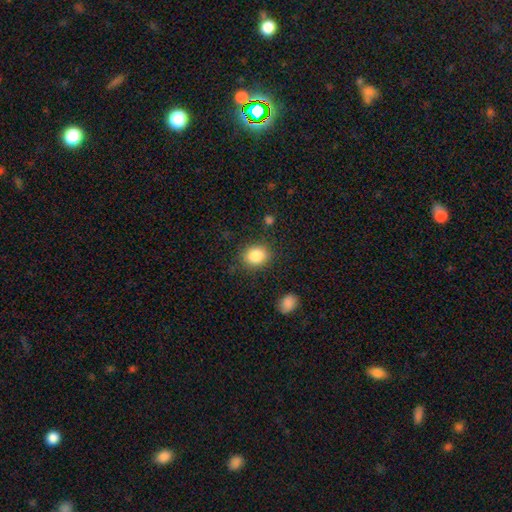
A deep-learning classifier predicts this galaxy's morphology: A smooth galaxy with no disk features (86%) that is in between round and cigar-shaped (50%, tied with round). Merging: none (82%).